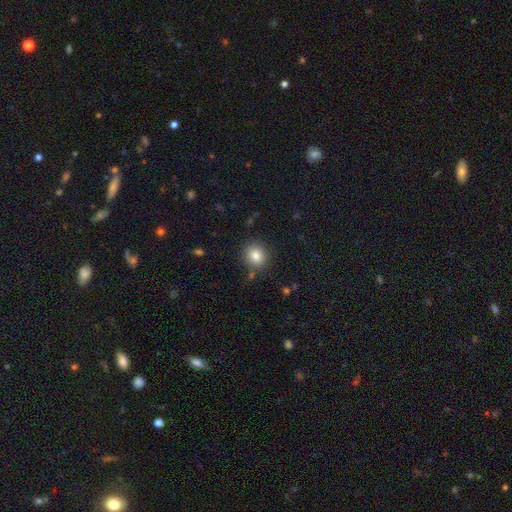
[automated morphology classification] smooth 83%, star or artifact 10%, featured or disk 7%. Down the decision tree: how rounded — round (78%); merging — none (84%).